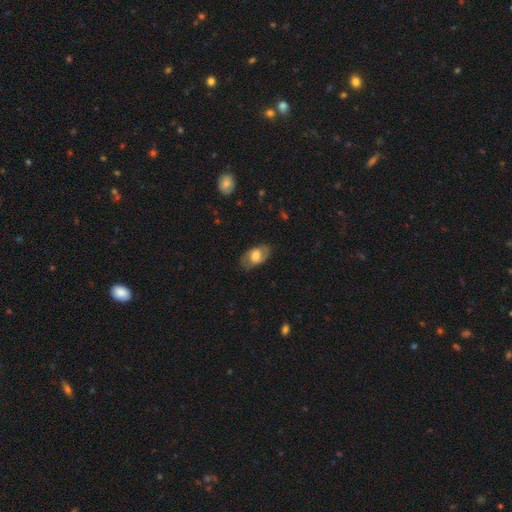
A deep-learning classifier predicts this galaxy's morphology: type=smooth (49%); merging=none (77%).